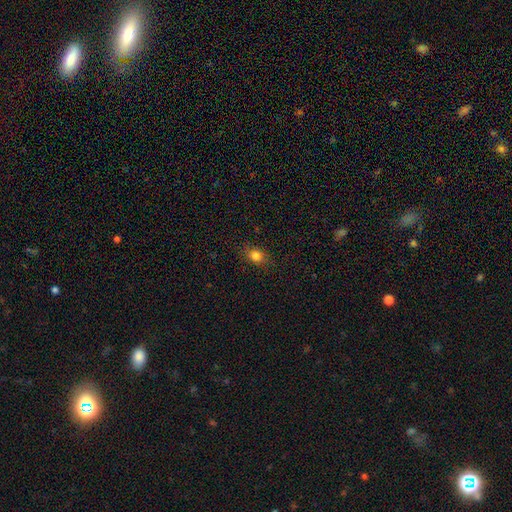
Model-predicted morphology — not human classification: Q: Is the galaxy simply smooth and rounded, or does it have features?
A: smooth — 81%.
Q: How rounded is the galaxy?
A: in between — 57%.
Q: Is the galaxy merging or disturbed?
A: none — 84%.